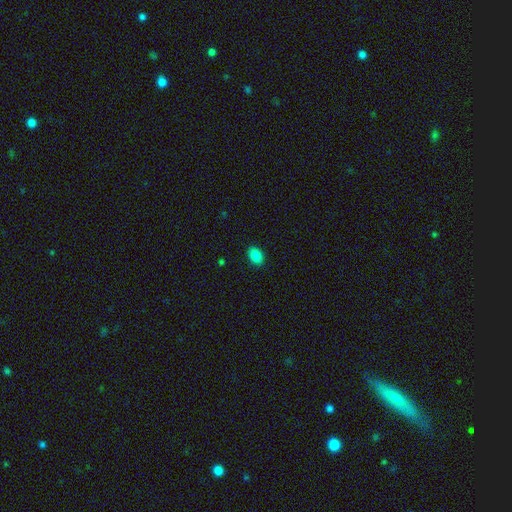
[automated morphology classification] Q: Smooth or featured?
A: smooth (87%); runner-up: star or artifact (9%)
Q: How rounded?
A: in between (79%); runner-up: round (20%)
Q: Merging?
A: none (89%); runner-up: minor disturbance (8%)